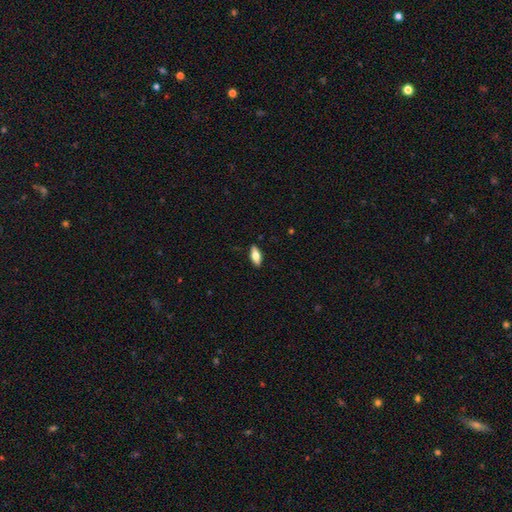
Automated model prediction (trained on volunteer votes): Morphology: type=smooth (63%); roundness=in between (76%); merging=none (89%).